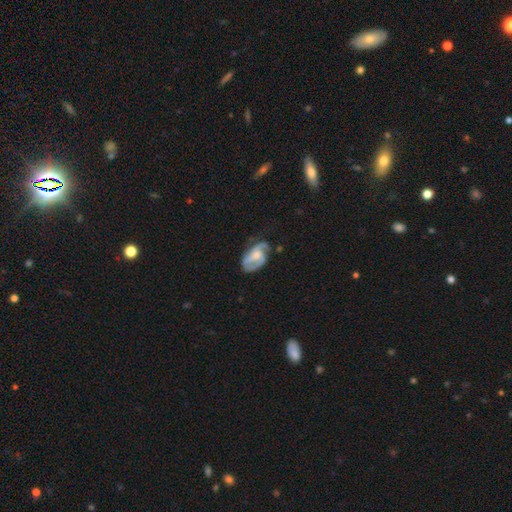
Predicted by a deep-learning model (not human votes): The model was most divided on "bulge size": moderate: 42%, small: 41%, none: 11%, large: 5%, dominant: 1%. Remaining: edge-on disk — no (98%); spiral arms — yes (95%); smooth or featured — featured or disk (81%); spiral arm count — 2 (61%); merging — none (53%); bar — no (50%); spiral winding — medium (48%).